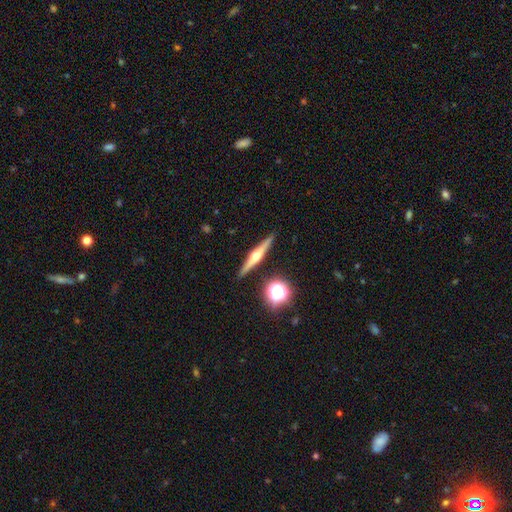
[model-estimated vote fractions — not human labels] Smooth or featured: featured or disk — 74% (smooth — 18%)
Edge-on disk: yes — 98% (no — 2%)
Edge-on bulge: rounded — 94% (boxy — 3%)
Merging: none — 91% (minor disturbance — 6%)